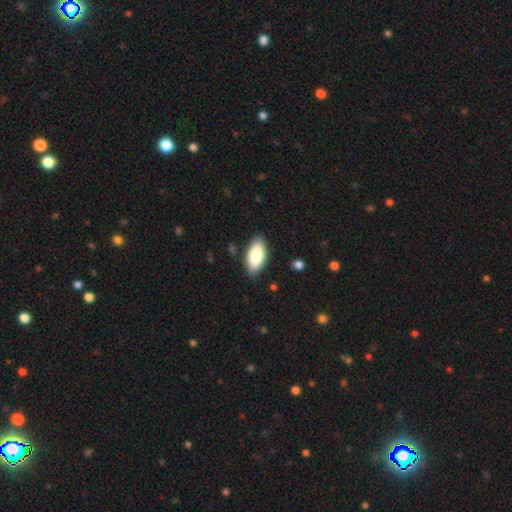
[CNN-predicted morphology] Q: Smooth or featured?
A: smooth (85%); runner-up: featured or disk (9%)
Q: How rounded?
A: in between (90%); runner-up: cigar-shaped (8%)
Q: Merging?
A: none (86%); runner-up: minor disturbance (11%)